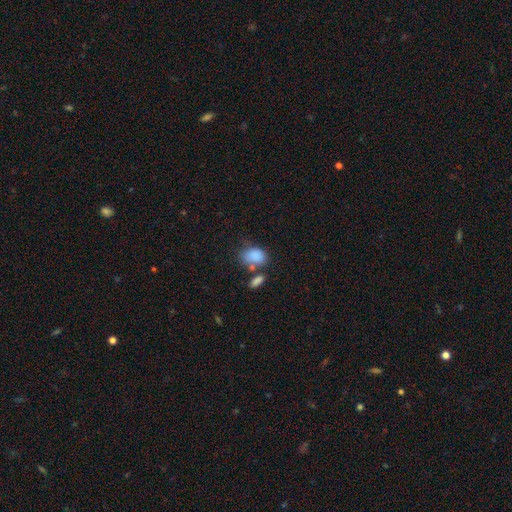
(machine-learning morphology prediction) A smooth galaxy with no disk features (83%) that is in between round and cigar-shaped (77%).

Vote fractions:
- Smooth or featured? smooth: 83% / star or artifact: 9% / featured or disk: 8%
- How rounded? in between: 77% / round: 22% / cigar-shaped: 1%
- Merging? none: 41% / merger: 31% / minor disturbance: 19% / major disturbance: 9%